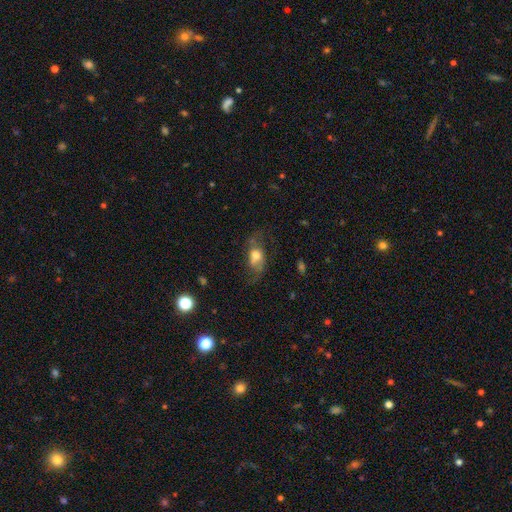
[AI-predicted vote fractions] Overall: smooth (50%; featured or disk 39%). How rounded: in between (78%). Merging: none (49%; minor disturbance 25%).